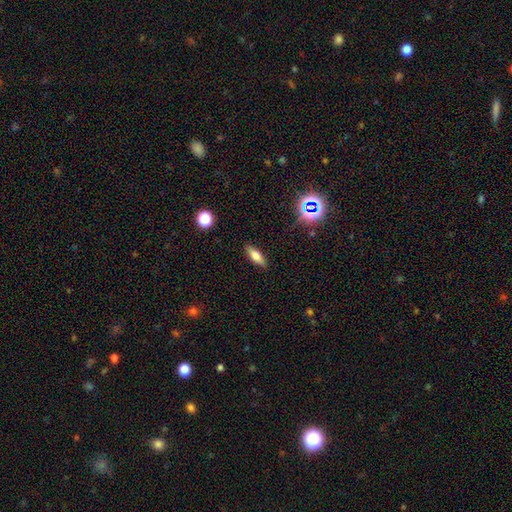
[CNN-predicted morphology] A smooth galaxy with no disk features (64%) that is in between round and cigar-shaped (57%).

Vote fractions:
- Smooth or featured? smooth: 64% / featured or disk: 26% / star or artifact: 10%
- How rounded? in between: 57% / cigar-shaped: 39% / round: 3%
- Merging? none: 88% / minor disturbance: 9% / major disturbance: 2% / merger: 1%